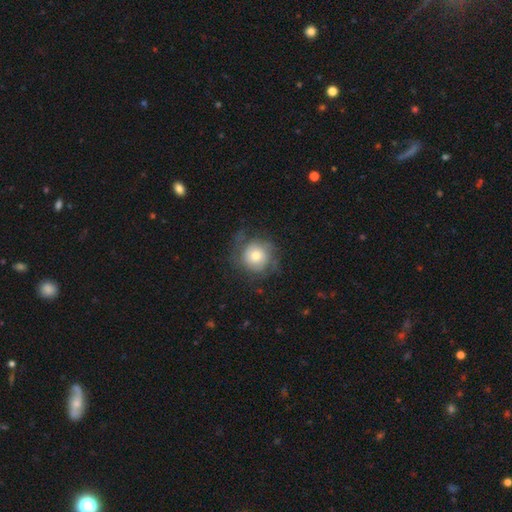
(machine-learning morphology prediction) A smooth galaxy with no disk features (53%) that is round (91%). Merging: none (62%).